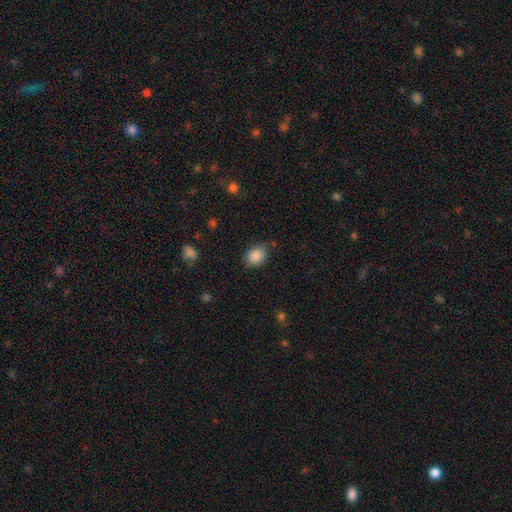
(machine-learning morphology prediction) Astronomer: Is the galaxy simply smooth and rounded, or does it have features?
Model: smooth — 88%.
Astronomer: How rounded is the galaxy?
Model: in between — 60% (runner-up: round, 39%).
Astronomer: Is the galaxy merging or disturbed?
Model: none — 76%.